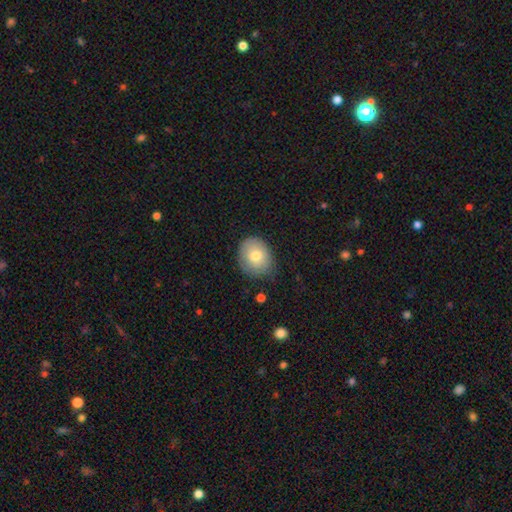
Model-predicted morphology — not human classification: This is likely a smooth galaxy (75%). How rounded: possibly round (60%). Merging: likely none (74%).